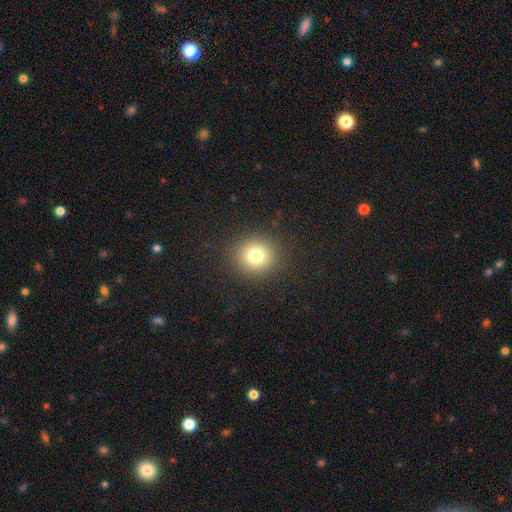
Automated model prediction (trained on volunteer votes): Smooth or featured?
  - smooth: 77% *
  - star or artifact: 13%
  - featured or disk: 9%
How rounded?
  - round: 85% *
  - in between: 14%
  - cigar-shaped: 1%
Merging?
  - none: 89% *
  - minor disturbance: 7%
  - major disturbance: 3%
  - merger: 1%